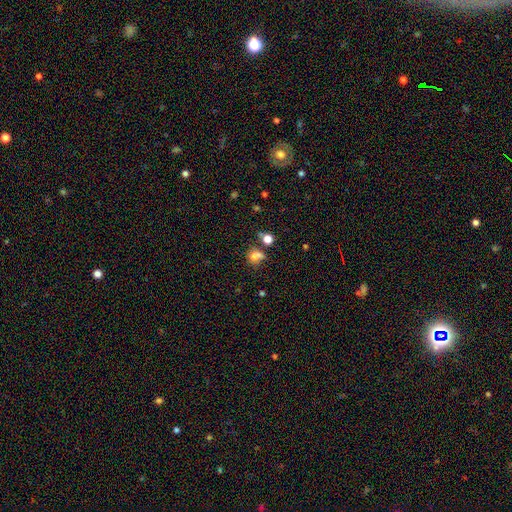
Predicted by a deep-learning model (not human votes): Smooth or featured: smooth — 69% (star or artifact — 18%)
How rounded: round — 66% (in between — 32%)
Merging: none — 41% (merger — 32%)